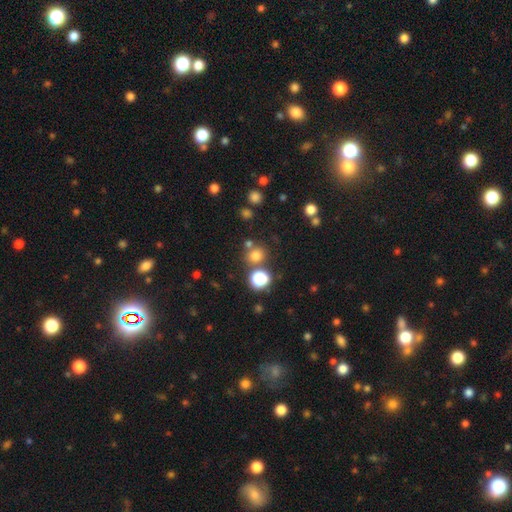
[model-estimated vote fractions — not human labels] A smooth galaxy with no disk features (72%) that is round (84%).

Vote fractions:
- Smooth or featured? smooth: 72% / star or artifact: 21% / featured or disk: 7%
- How rounded? round: 84% / in between: 15% / cigar-shaped: 1%
- Merging? none: 72% / merger: 16% / minor disturbance: 8% / major disturbance: 4%